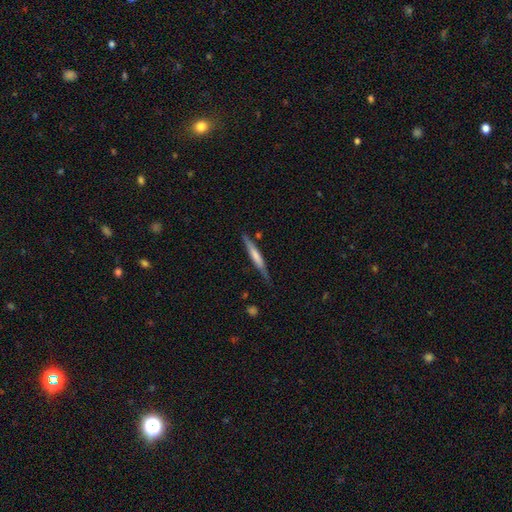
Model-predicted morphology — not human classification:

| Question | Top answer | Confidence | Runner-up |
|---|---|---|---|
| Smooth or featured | smooth | 55% | featured or disk (40%) |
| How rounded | cigar-shaped | 94% | in between (4%) |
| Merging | none | 74% | minor disturbance (20%) |